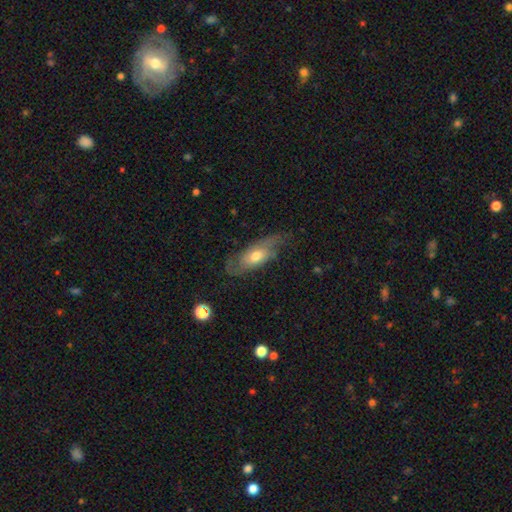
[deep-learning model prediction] A featured or disk galaxy (54%).

Vote fractions:
- Smooth or featured? featured or disk: 54% / smooth: 39% / star or artifact: 6%
- Edge-on disk? no: 78% / yes: 22%
- Merging? none: 58% / minor disturbance: 26% / major disturbance: 14% / merger: 2%